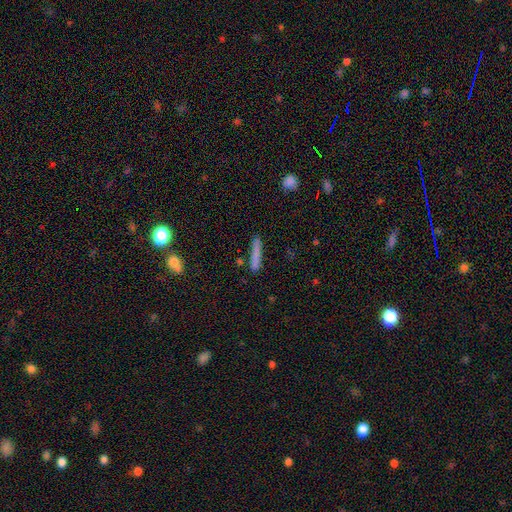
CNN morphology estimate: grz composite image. It shows a smooth galaxy with no disk features (78%) that is cigar-shaped (93%). Merging: none (82%).